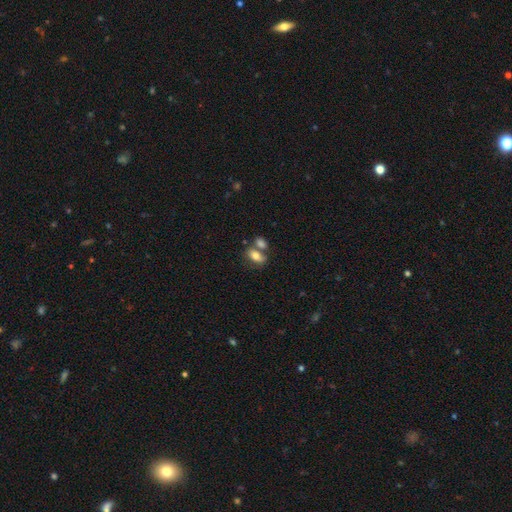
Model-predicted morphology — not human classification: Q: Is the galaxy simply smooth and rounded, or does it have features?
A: smooth — 75%.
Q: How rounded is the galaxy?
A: in between — 86%.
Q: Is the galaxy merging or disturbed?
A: none — 47%.